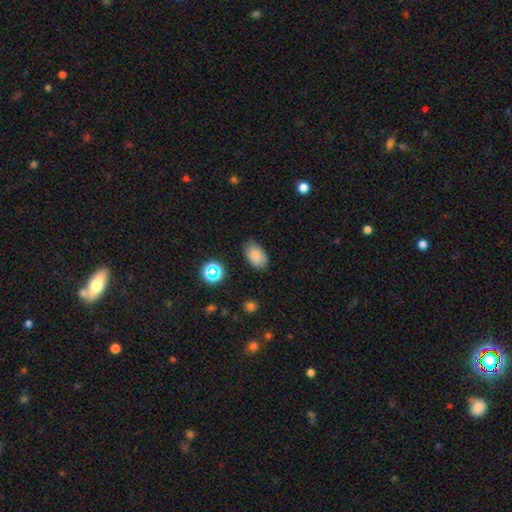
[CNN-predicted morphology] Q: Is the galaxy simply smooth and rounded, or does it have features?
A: smooth — 82%.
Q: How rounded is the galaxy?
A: in between — 90%.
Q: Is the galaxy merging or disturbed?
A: none — 77%.